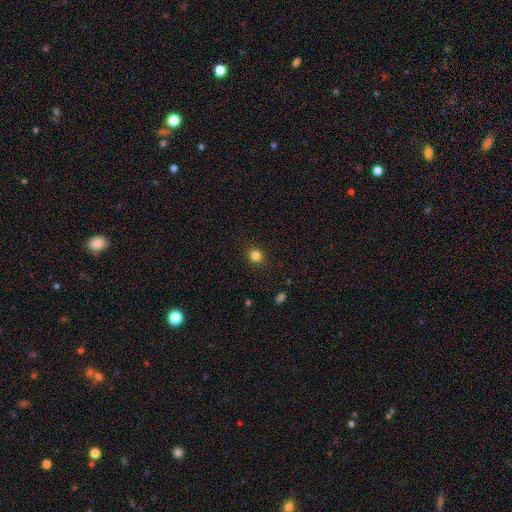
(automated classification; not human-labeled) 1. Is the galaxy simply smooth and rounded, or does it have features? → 83% smooth, 13% star or artifact, 5% featured or disk.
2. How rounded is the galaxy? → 87% round, 12% in between, 1% cigar-shaped.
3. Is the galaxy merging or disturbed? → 90% none, 7% minor disturbance, 2% major disturbance, 1% merger.